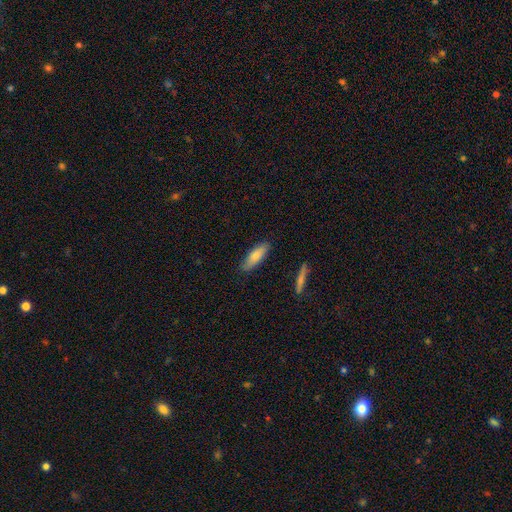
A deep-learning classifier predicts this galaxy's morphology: Smooth or featured: smooth — 80% (featured or disk — 15%)
How rounded: in between — 53% (cigar-shaped — 45%)
Merging: none — 84% (minor disturbance — 12%)